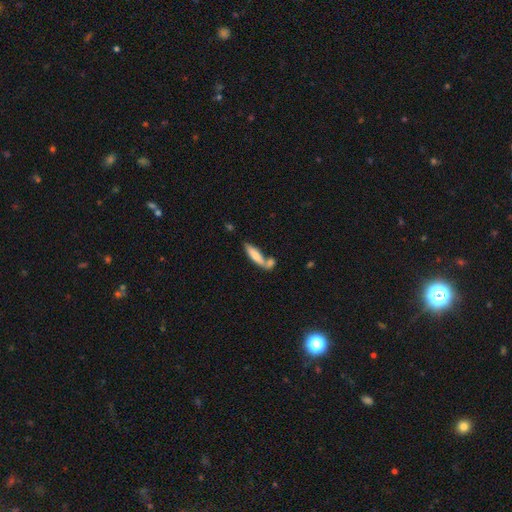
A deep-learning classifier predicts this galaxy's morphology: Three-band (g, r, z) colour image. It shows a smooth galaxy with no disk features (70%) that is cigar-shaped (65%). Merging: none (46%).